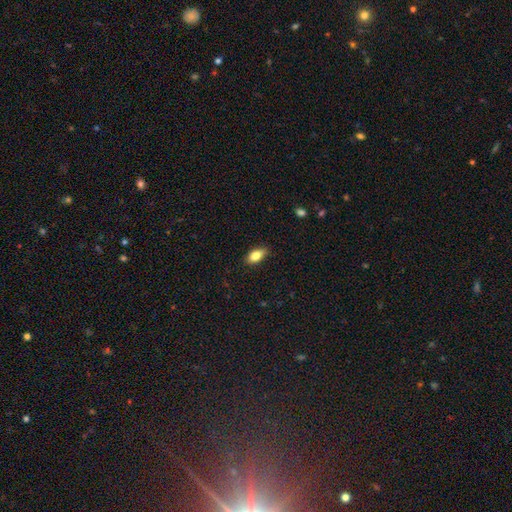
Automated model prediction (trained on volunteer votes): smooth_or_featured: smooth (p=0.80) [alt: featured or disk p=0.12]
how_rounded: in between (p=0.87) [alt: cigar-shaped p=0.08]
merging: none (p=0.85) [alt: minor disturbance p=0.12]